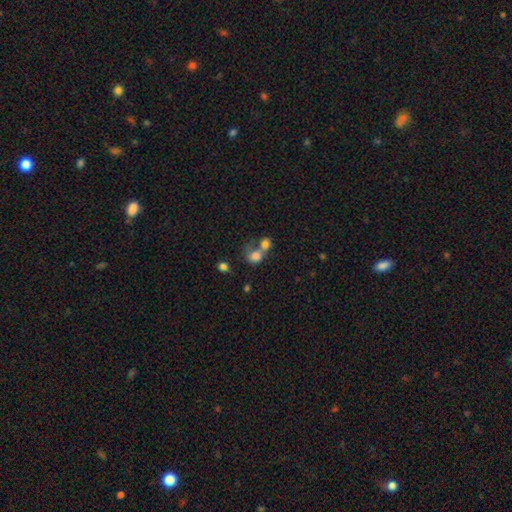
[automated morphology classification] smooth 77%, star or artifact 11%, featured or disk 11%. Down the decision tree: how rounded — round (60%); merging — merger (60%).